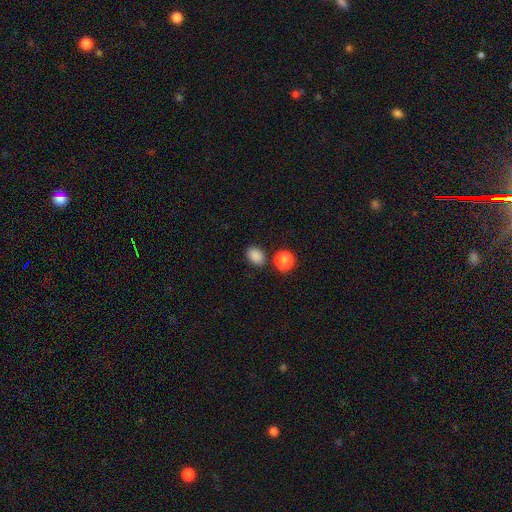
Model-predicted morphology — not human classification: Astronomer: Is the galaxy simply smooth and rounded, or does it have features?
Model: smooth — 86%.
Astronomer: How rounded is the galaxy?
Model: in between — 66%.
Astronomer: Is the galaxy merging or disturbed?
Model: none — 79%.